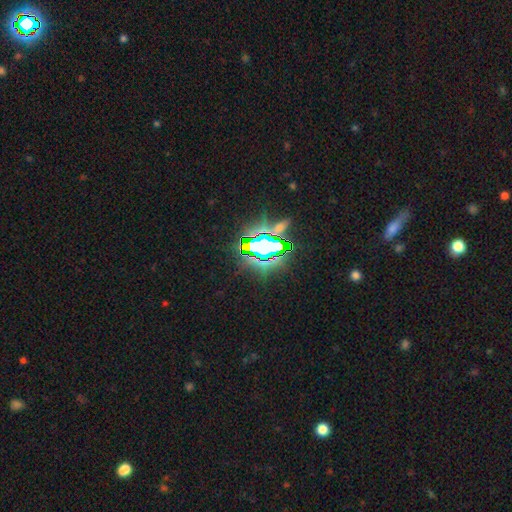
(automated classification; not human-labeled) Morphology: type=star or artifact (75%).